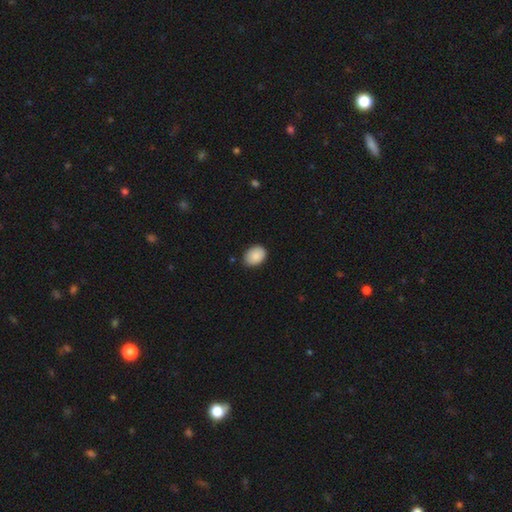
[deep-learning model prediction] Smooth or featured: smooth — 89% (star or artifact — 7%)
How rounded: in between — 72% (round — 28%)
Merging: none — 81% (minor disturbance — 15%)